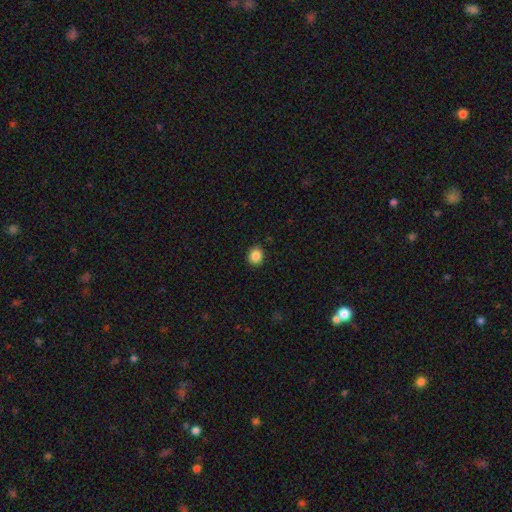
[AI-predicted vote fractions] Overall: smooth (87%). How rounded: round (74%). Merging: none (90%).